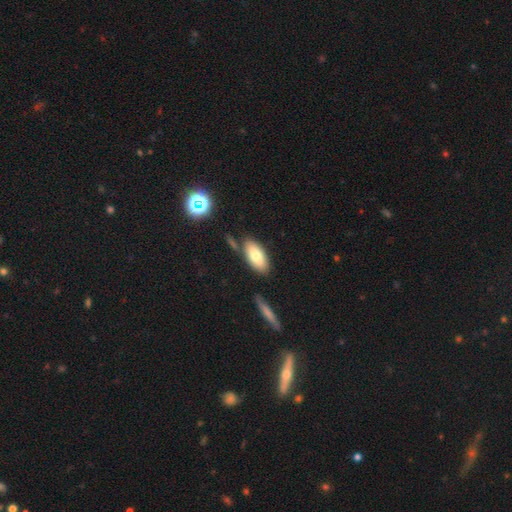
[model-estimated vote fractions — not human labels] This is likely a smooth galaxy (76%). How rounded: clearly in between (88%). Merging: likely none (75%).